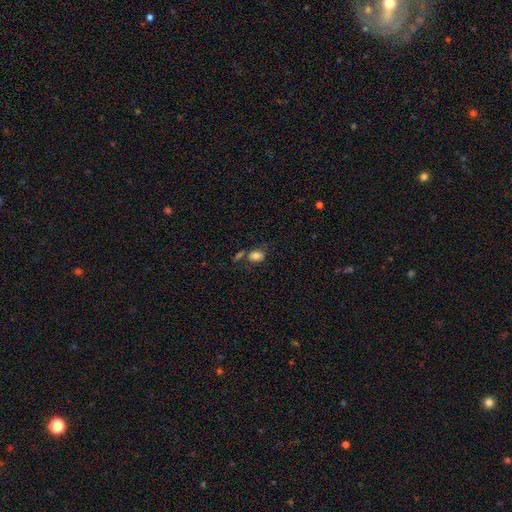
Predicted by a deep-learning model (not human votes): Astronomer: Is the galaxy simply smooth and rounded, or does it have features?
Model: smooth — 79%.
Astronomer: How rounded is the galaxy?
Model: in between — 73%.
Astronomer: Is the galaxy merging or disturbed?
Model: none — 48%.